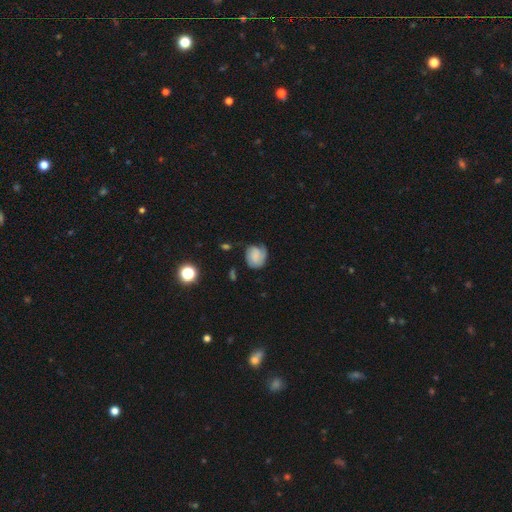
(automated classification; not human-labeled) Smooth or featured? smooth (55%)
How rounded? round (67%)
Merging? none (56%)